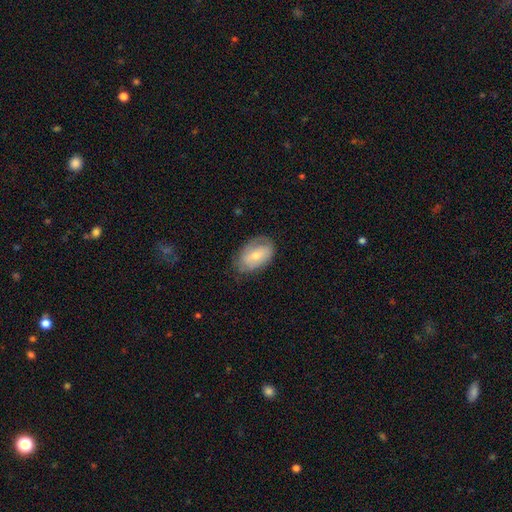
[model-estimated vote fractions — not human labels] smooth-or-featured: smooth: 57% | featured or disk: 36% | star or artifact: 7%
  how-rounded: in between: 88% | round: 10% | cigar-shaped: 2%
  merging: none: 65% | minor disturbance: 25% | major disturbance: 8% | merger: 1%